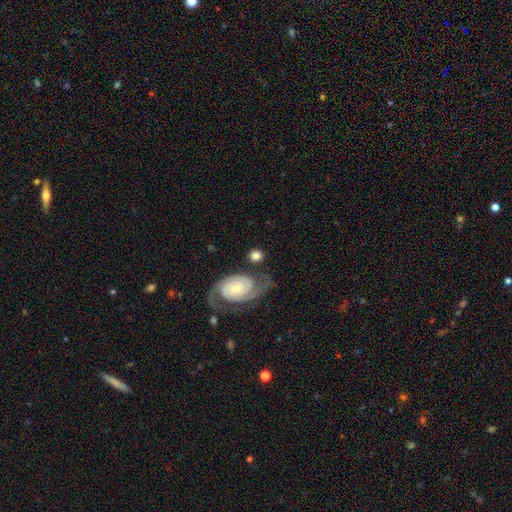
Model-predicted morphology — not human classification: smooth-or-featured: smooth: 50% | featured or disk: 42% | star or artifact: 8%
  how-rounded: round: 71% | in between: 28% | cigar-shaped: 2%
  merging: none: 70% | minor disturbance: 13% | merger: 11% | major disturbance: 6%